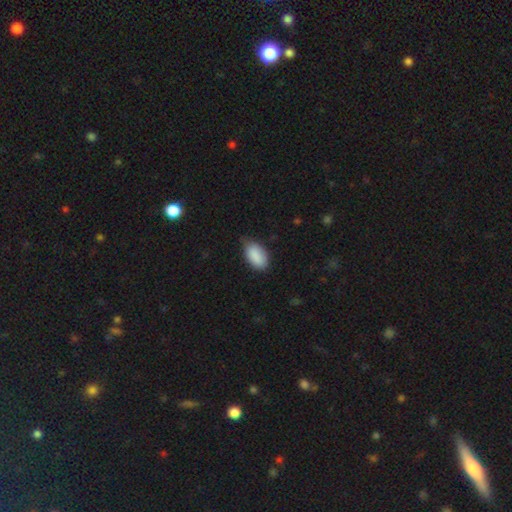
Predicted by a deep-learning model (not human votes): smooth_or_featured: smooth (p=0.88) [alt: star or artifact p=0.07]
how_rounded: in between (p=0.93) [alt: round p=0.05]
merging: none (p=0.61) [alt: minor disturbance p=0.33]